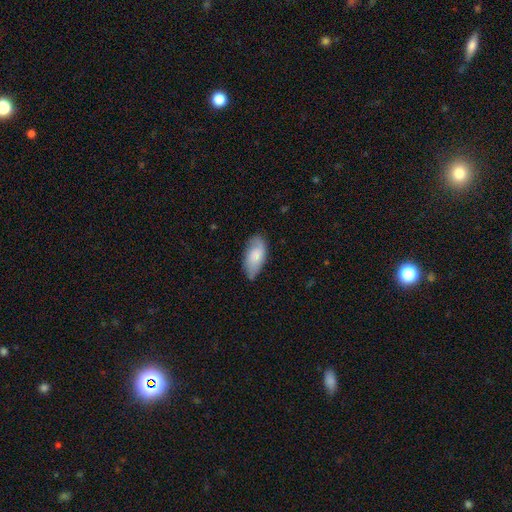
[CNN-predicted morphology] smooth-or-featured: smooth: 67% | featured or disk: 27% | star or artifact: 6%
  how-rounded: in between: 92% | cigar-shaped: 6% | round: 2%
  merging: none: 68% | minor disturbance: 25% | major disturbance: 5% | merger: 2%